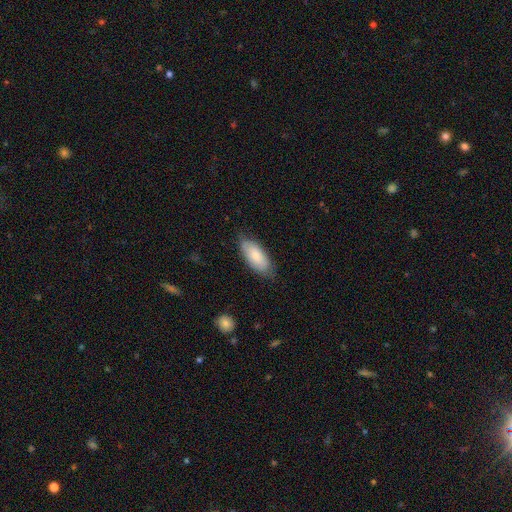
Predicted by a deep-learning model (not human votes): The model was most divided on "merging": none: 75%, minor disturbance: 20%, major disturbance: 4%, merger: 1%. More confident: how rounded — in between (88%); smooth or featured — smooth (79%).